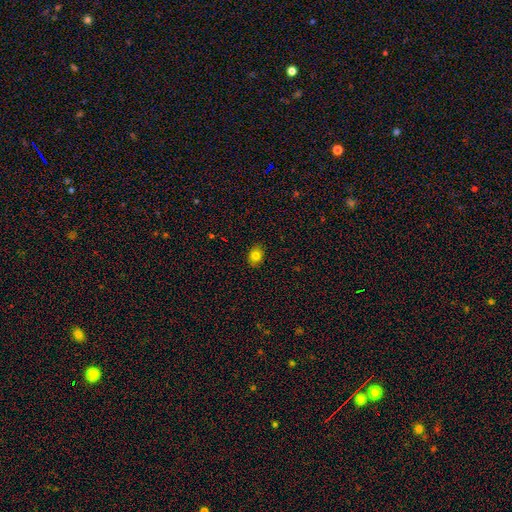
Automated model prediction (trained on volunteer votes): smooth_or_featured: smooth (p=0.81) [alt: star or artifact p=0.11]
how_rounded: in between (p=0.55) [alt: round p=0.44]
merging: none (p=0.88) [alt: minor disturbance p=0.09]